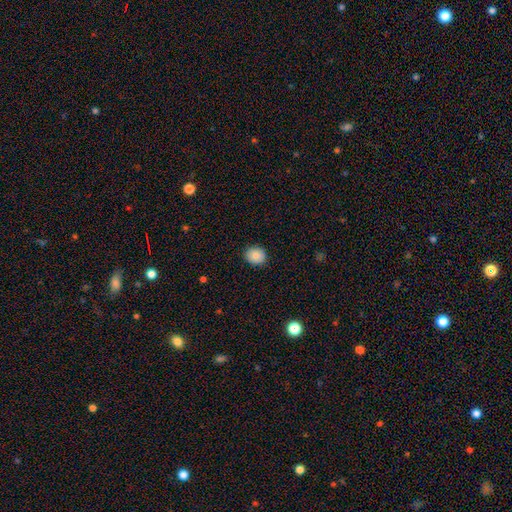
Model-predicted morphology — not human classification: Overall: smooth (87%). How rounded: round (73%). Merging: none (89%).